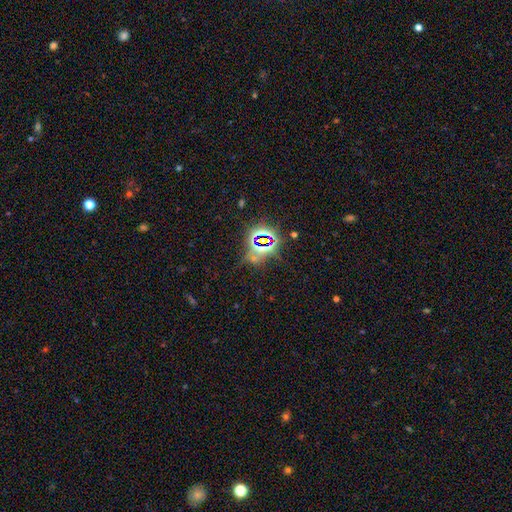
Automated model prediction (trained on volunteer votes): This is likely a star or artifact rather than a galaxy (76%).